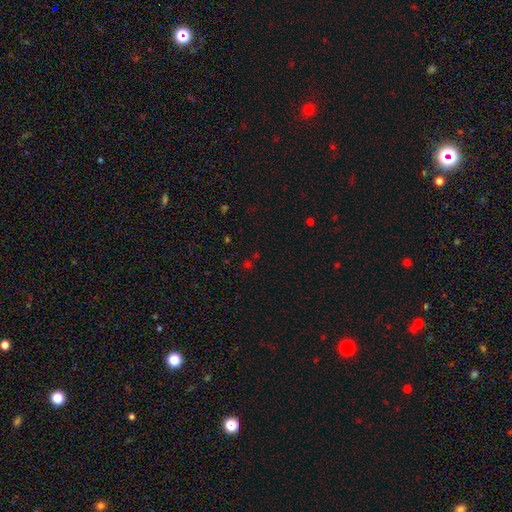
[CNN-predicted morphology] Smooth or featured: star or artifact — 54% (smooth — 39%)